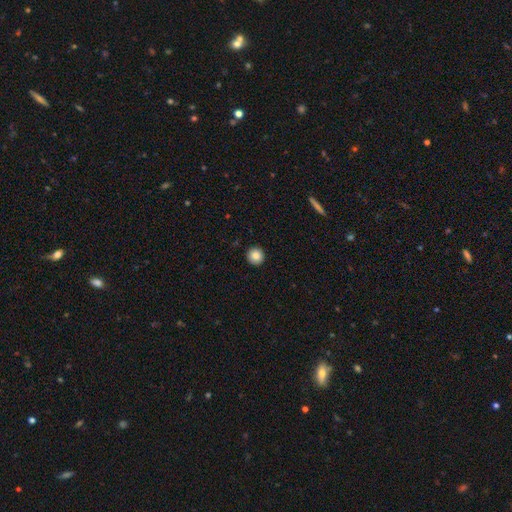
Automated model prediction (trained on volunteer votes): The model was most divided on "smooth or featured": smooth: 86%, star or artifact: 9%, featured or disk: 5%. More confident: how rounded — round (96%); merging — none (93%).